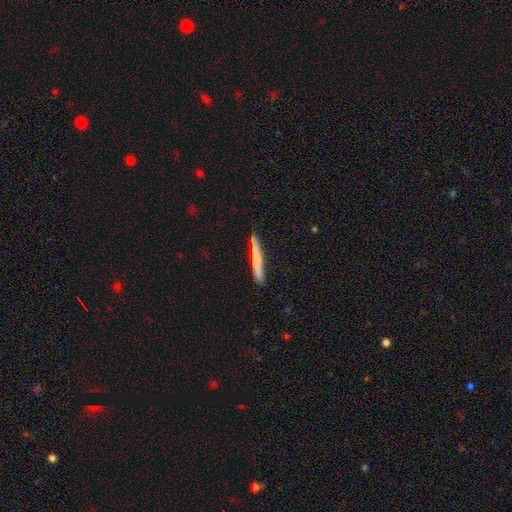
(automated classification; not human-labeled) Smooth or featured?
  - featured or disk: 49% *
  - smooth: 44%
  - star or artifact: 7%
Merging?
  - none: 89% *
  - minor disturbance: 8%
  - major disturbance: 2%
  - merger: 2%